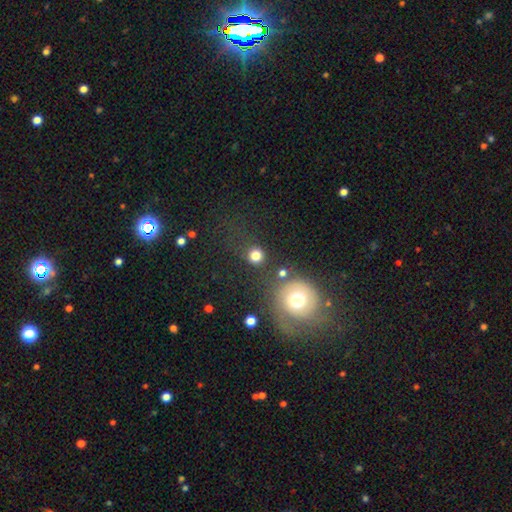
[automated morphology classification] A smooth galaxy with no disk features (80%) that is round (90%). Merging: none (80%).